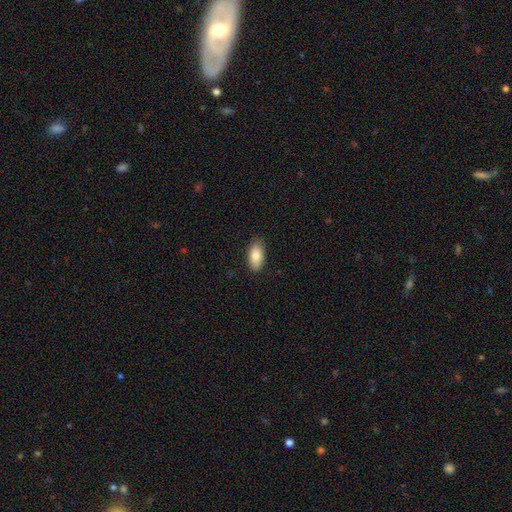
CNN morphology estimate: Smooth or featured? Predicted: smooth (p=0.85). How rounded? Predicted: in between (p=0.92). Merging? Predicted: none (p=0.84).